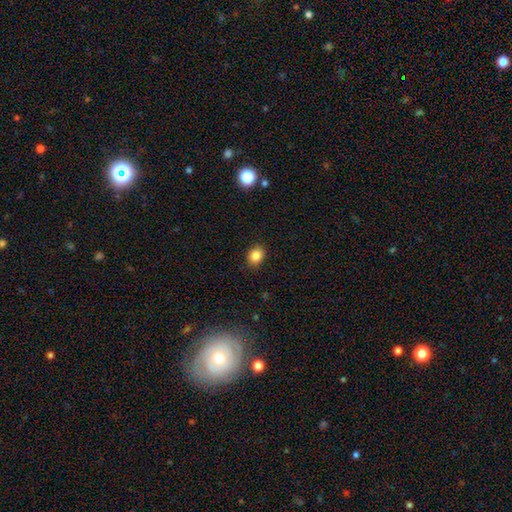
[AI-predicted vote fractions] Smooth or featured: smooth — 85% (star or artifact — 11%)
How rounded: round — 52% (in between — 47%)
Merging: none — 86% (minor disturbance — 10%)